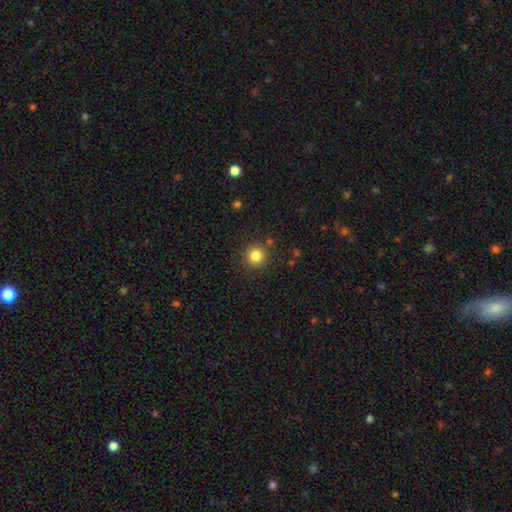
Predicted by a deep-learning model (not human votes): Morphology: type=smooth (83%); roundness=round (95%); merging=none (88%).